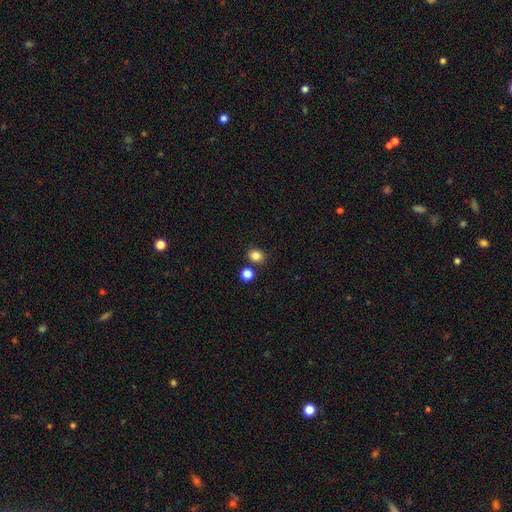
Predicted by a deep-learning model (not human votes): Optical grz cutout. It shows a smooth galaxy with no disk features (83%) that is round (71%). Merging: none (79%).